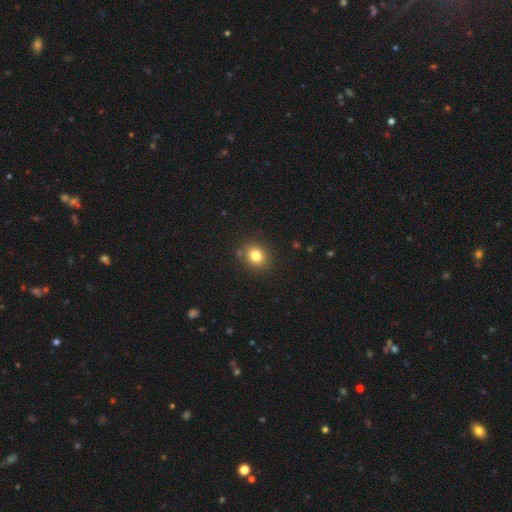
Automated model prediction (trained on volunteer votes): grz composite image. It shows a smooth galaxy with no disk features (80%) that is round (65%). Merging: none (83%).